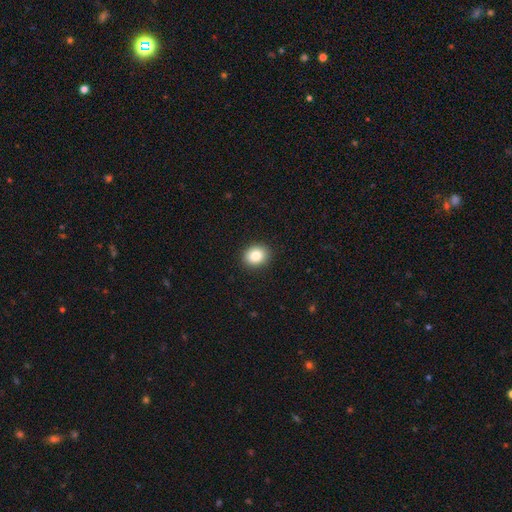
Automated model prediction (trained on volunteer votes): Smooth or featured? smooth (85%)
How rounded? round (62%)
Merging? none (91%)